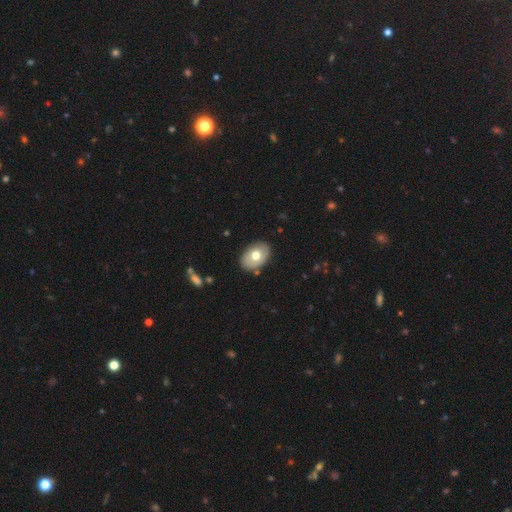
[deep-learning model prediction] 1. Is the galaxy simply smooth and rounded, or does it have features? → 66% smooth, 28% featured or disk, 6% star or artifact.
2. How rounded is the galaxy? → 83% in between, 16% round, 1% cigar-shaped.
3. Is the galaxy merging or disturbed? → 84% none, 11% minor disturbance, 3% major disturbance, 2% merger.